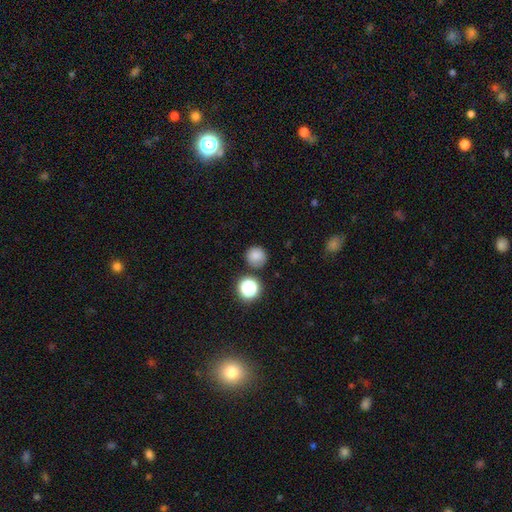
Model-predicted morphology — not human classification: Overall: smooth (80%). How rounded: round (93%). Merging: none (82%).